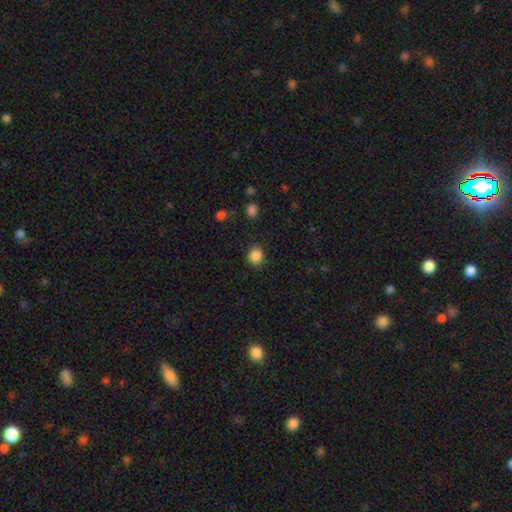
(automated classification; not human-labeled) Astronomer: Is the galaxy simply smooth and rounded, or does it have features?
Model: smooth — 87%.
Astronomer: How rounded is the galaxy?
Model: round — 80%.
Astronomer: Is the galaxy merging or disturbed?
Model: none — 88%.